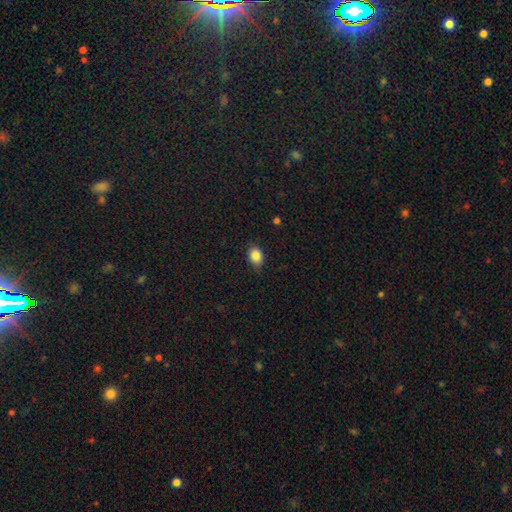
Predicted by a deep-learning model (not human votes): Morphology: type=smooth (86%); roundness=in between (62%); merging=none (81%).